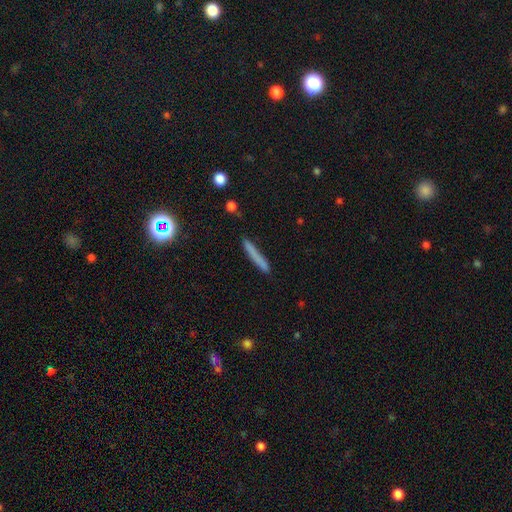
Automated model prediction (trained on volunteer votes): Smooth or featured?
  - smooth: 70% *
  - featured or disk: 19%
  - star or artifact: 10%
How rounded?
  - cigar-shaped: 95% *
  - in between: 3%
  - round: 2%
Merging?
  - none: 84% *
  - minor disturbance: 11%
  - major disturbance: 3%
  - merger: 2%